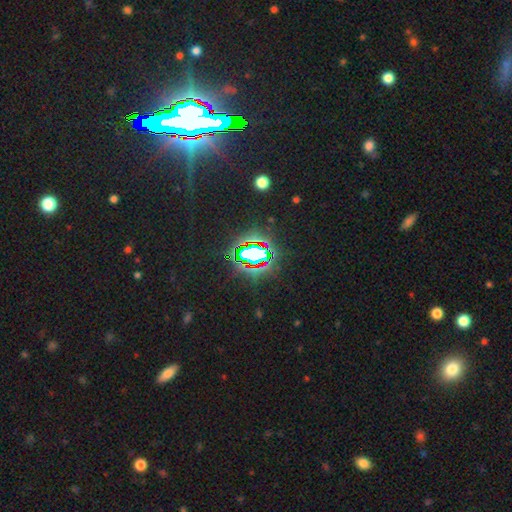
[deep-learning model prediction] The model was most divided on "smooth or featured": star or artifact: 73%, smooth: 16%, featured or disk: 11%.